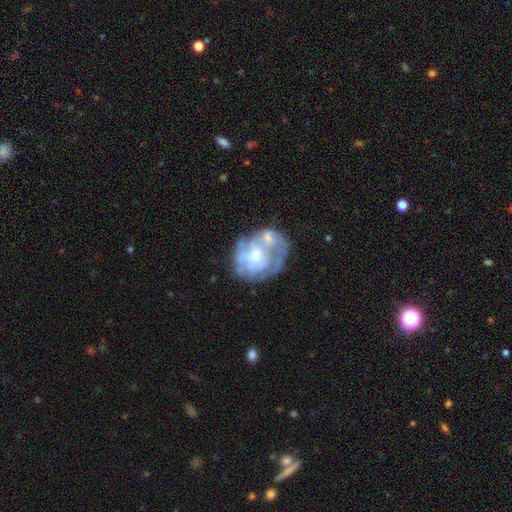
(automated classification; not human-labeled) featured or disk 66%, smooth 26%, star or artifact 8%. Down the decision tree: edge-on disk — no (98%); bar — no (66%); spiral arms — no (59%); bulge size — moderate (49%); merging — none (41%).